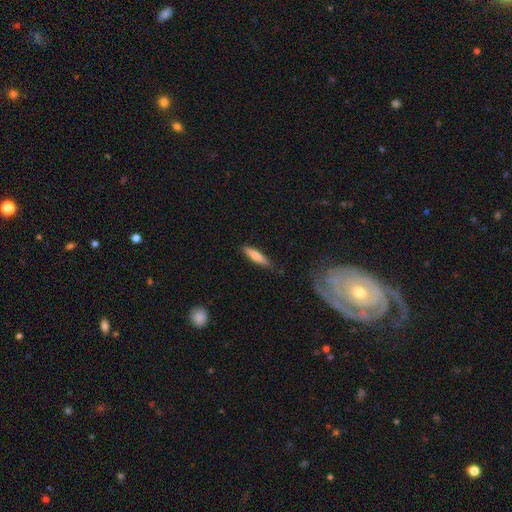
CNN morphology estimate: This appears to be a smooth galaxy with no disk features (76%) that is cigar-shaped (79%). Merging: none (83%).